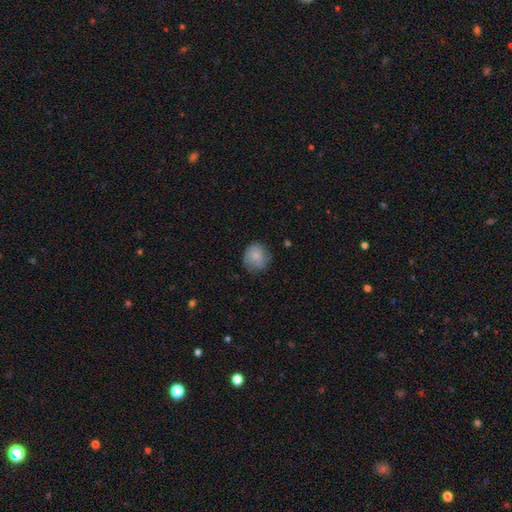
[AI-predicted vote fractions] Smooth or featured: smooth — 81% (featured or disk — 11%)
How rounded: round — 83% (in between — 16%)
Merging: none — 70% (minor disturbance — 23%)